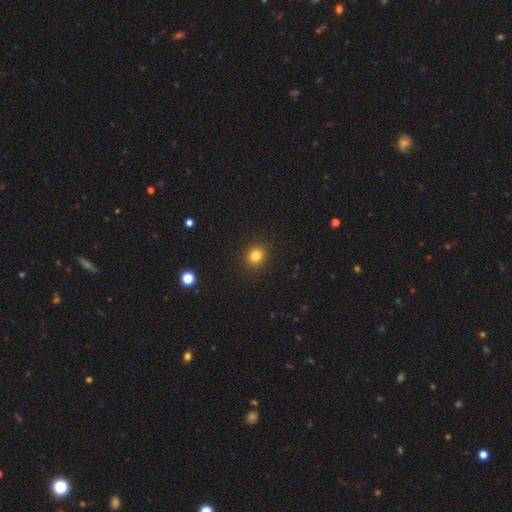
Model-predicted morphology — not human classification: A smooth galaxy with no disk features (82%) that is round (80%).

Vote fractions:
- Smooth or featured? smooth: 82% / star or artifact: 13% / featured or disk: 6%
- How rounded? round: 80% / in between: 19% / cigar-shaped: 1%
- Merging? none: 90% / minor disturbance: 6% / major disturbance: 2% / merger: 1%